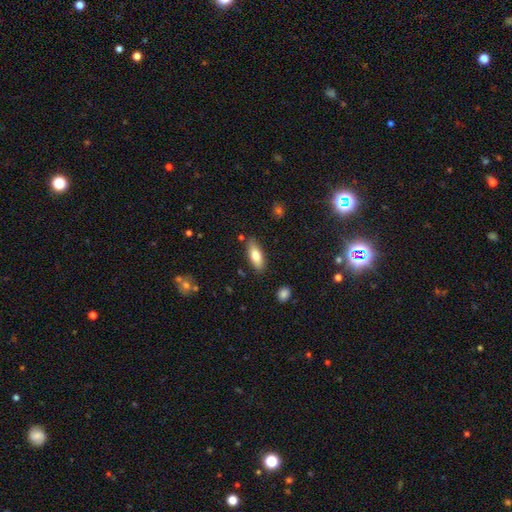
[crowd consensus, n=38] Smooth or featured? smooth (82%)
How rounded? in between (74%)
Merging? none (84%)